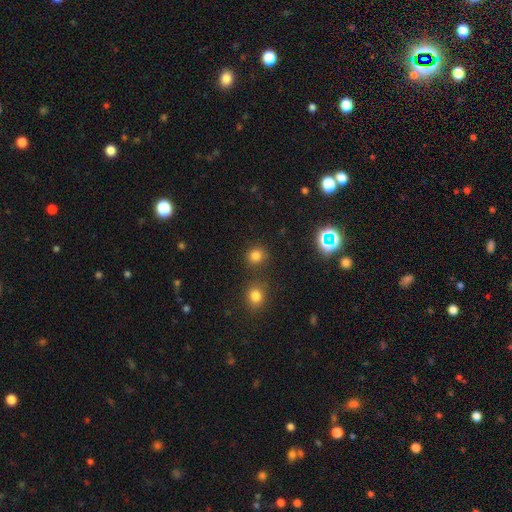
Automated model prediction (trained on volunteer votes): A smooth galaxy with no disk features (78%) that is round (88%).

Vote fractions:
- Smooth or featured? smooth: 78% / star or artifact: 18% / featured or disk: 5%
- How rounded? round: 88% / in between: 11% / cigar-shaped: 1%
- Merging? none: 82% / minor disturbance: 8% / merger: 7% / major disturbance: 3%